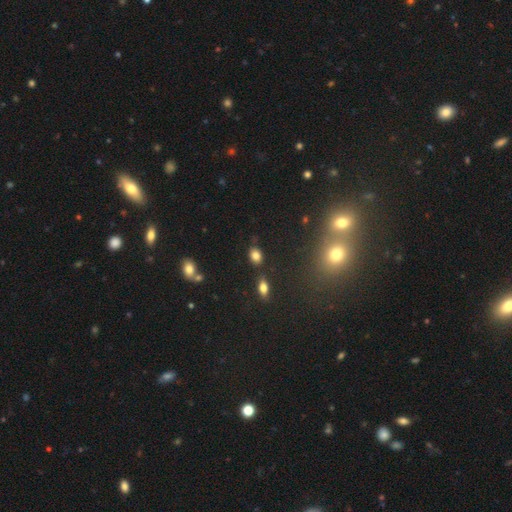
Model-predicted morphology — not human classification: Smooth or featured? Predicted: smooth (p=0.80). How rounded? Predicted: in between (p=0.72). Merging? Predicted: none (p=0.77).